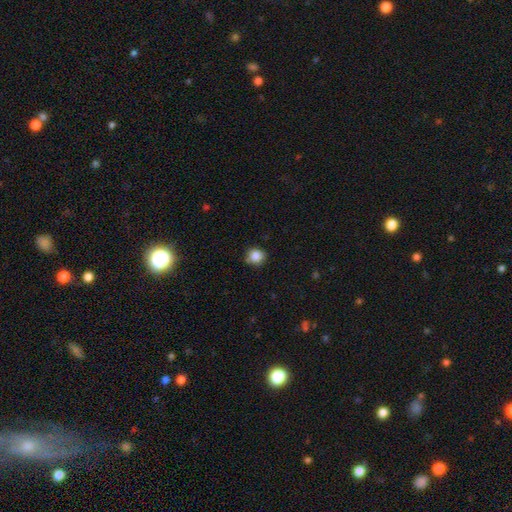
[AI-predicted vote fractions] A smooth galaxy with no disk features (85%) that is round (88%). Merging: none (82%).